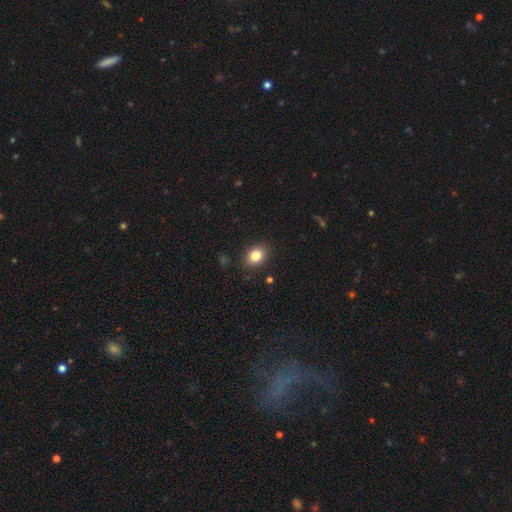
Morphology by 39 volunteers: Q: Smooth or featured?
A: smooth (87%); runner-up: featured or disk (10%)
Q: How rounded?
A: in between (59%); runner-up: round (41%)
Q: Merging?
A: none (87%); runner-up: minor disturbance (11%)